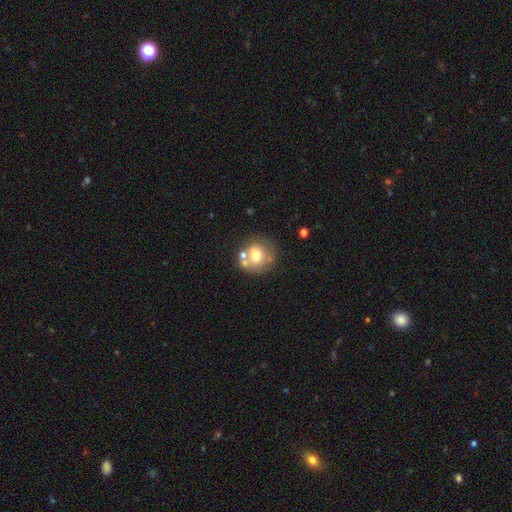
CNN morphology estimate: Smooth or featured? Predicted: smooth (p=0.60). How rounded? Predicted: round (p=0.83). Merging? Predicted: none (p=0.56).